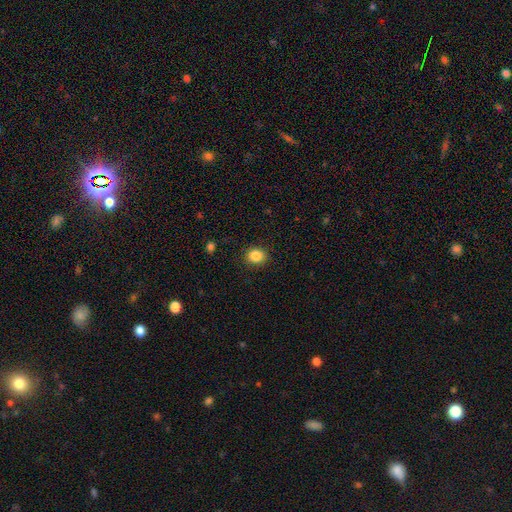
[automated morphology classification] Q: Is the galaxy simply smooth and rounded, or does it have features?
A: smooth — 85%.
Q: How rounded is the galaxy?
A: round — 69%.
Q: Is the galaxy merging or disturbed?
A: none — 89%.